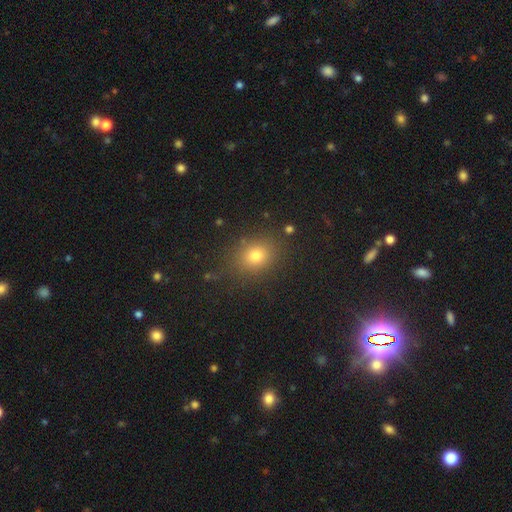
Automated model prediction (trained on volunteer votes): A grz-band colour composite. It shows a smooth galaxy with no disk features (75%) that is round (62%). Merging: none (84%).